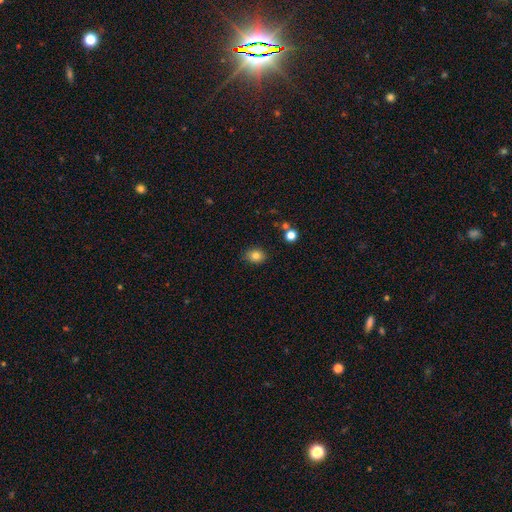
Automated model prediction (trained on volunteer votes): A smooth galaxy with no disk features (81%) that is in between round and cigar-shaped (52%).

Vote fractions:
- Smooth or featured? smooth: 81% / star or artifact: 11% / featured or disk: 8%
- How rounded? in between: 52% / round: 47% / cigar-shaped: 1%
- Merging? none: 84% / minor disturbance: 11% / major disturbance: 2% / merger: 2%